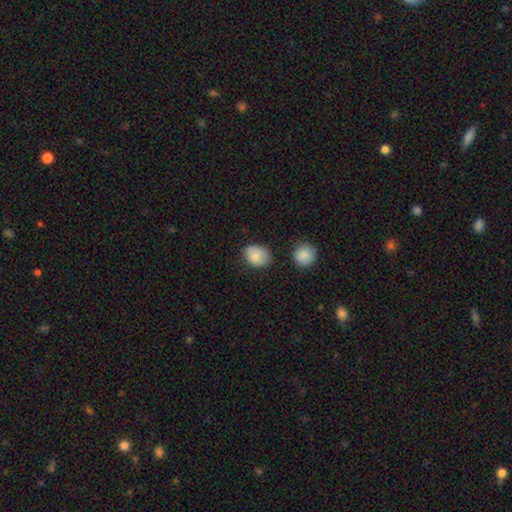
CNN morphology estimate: This is clearly a smooth galaxy (87%). How rounded: possibly in between (56%). Merging: likely none (71%).